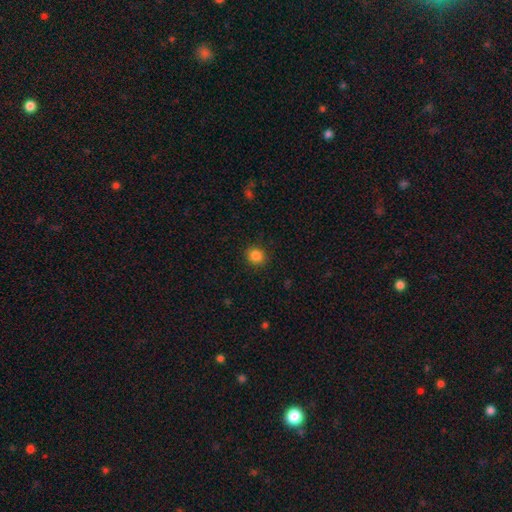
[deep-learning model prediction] The model was most divided on "how rounded": round: 85%, in between: 14%, cigar-shaped: 1%. More confident: merging — none (90%); smooth or featured — smooth (85%).